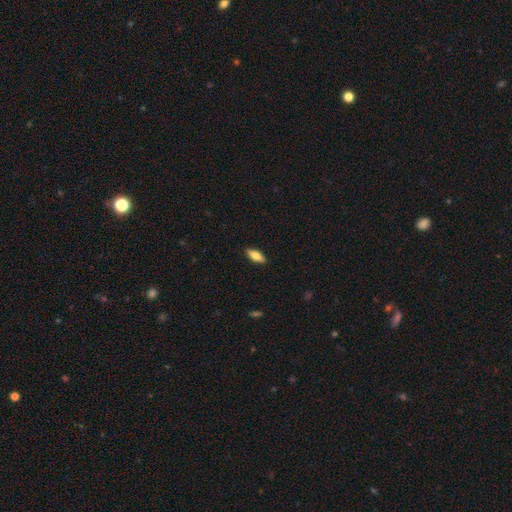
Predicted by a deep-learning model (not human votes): smooth 75%, featured or disk 19%, star or artifact 6%. Down the decision tree: how rounded — in between (74%); merging — none (89%).